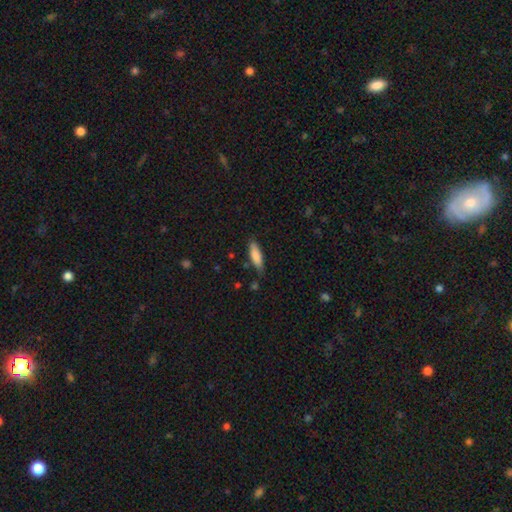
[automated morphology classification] A smooth galaxy with no disk features (83%) that is cigar-shaped (53%).

Vote fractions:
- Smooth or featured? smooth: 83% / featured or disk: 11% / star or artifact: 6%
- How rounded? cigar-shaped: 53% / in between: 45% / round: 2%
- Merging? none: 75% / minor disturbance: 19% / major disturbance: 3% / merger: 2%